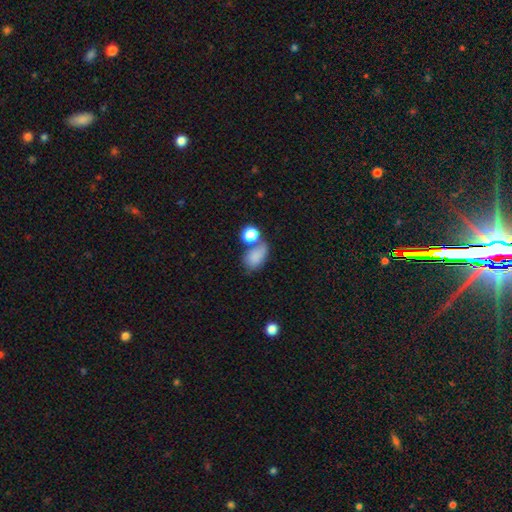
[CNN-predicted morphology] This appears to be a smooth galaxy with no disk features (80%) that is in between round and cigar-shaped (79%). Merging: none (44%).